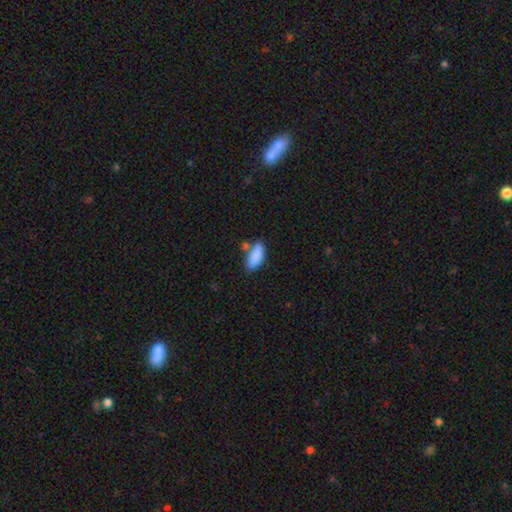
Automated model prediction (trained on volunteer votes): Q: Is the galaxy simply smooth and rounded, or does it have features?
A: smooth — 88%.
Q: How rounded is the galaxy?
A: in between — 79%.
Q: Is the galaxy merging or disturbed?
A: none — 65%.